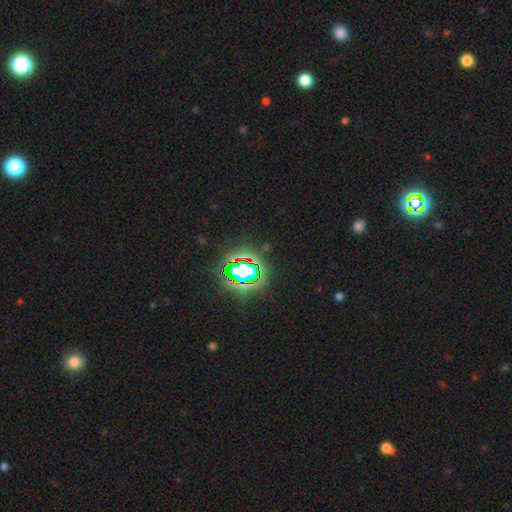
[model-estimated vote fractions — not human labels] Smooth or featured? Predicted: star or artifact (p=0.81).